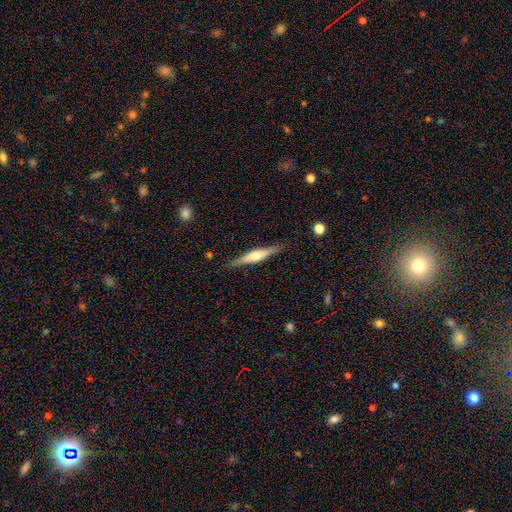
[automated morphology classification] Smooth or featured: featured or disk — 66% (smooth — 29%)
Edge-on disk: yes — 97% (no — 3%)
Edge-on bulge: rounded — 77% (boxy — 17%)
Merging: none — 87% (minor disturbance — 9%)